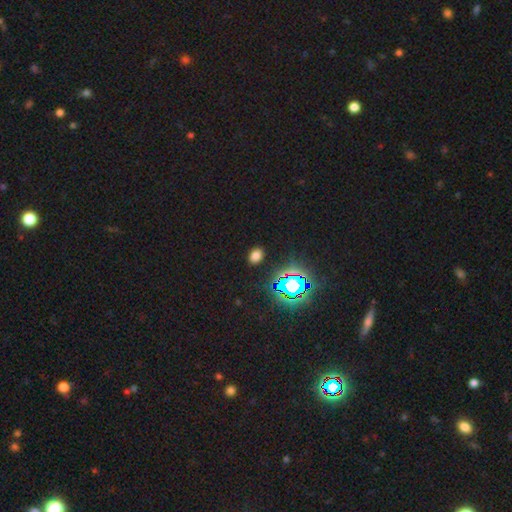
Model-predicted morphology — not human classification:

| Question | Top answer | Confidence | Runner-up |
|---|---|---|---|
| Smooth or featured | smooth | 68% | star or artifact (26%) |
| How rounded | in between | 67% | round (32%) |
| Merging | none | 88% | minor disturbance (8%) |